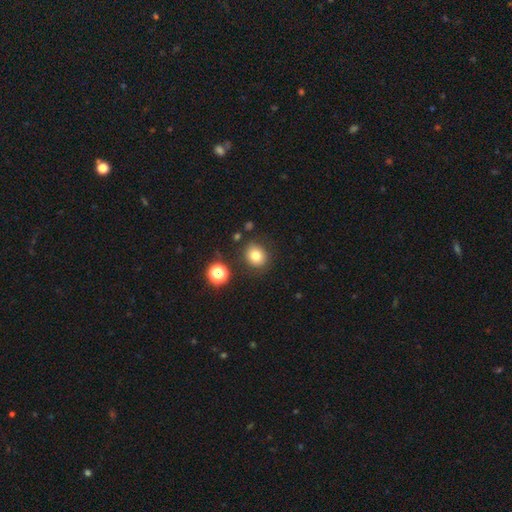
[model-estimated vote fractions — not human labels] smooth_or_featured: smooth (p=0.77) [alt: star or artifact p=0.14]
how_rounded: round (p=0.73) [alt: in between p=0.26]
merging: none (p=0.82) [alt: minor disturbance p=0.11]